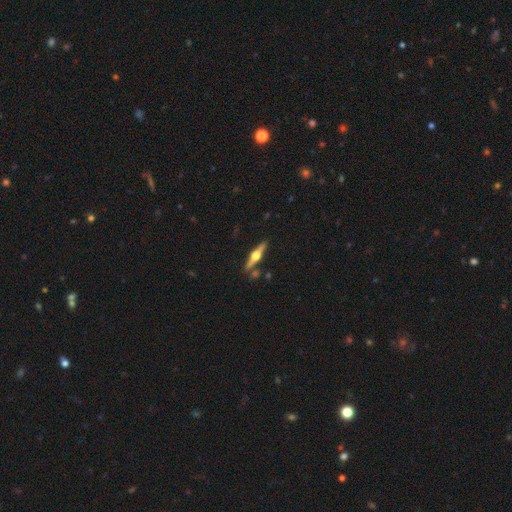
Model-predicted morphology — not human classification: This appears to be a featured or disk galaxy (77%) viewed edge-on (98%) with a rounded central bulge (96%). Merging: none (84%).